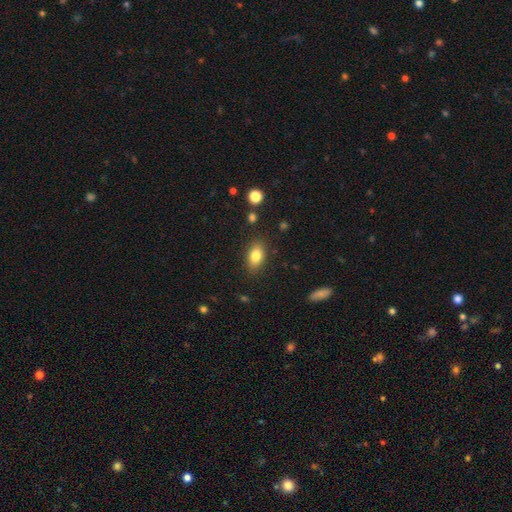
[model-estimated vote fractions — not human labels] Smooth or featured?
  - smooth: 82% *
  - featured or disk: 10%
  - star or artifact: 9%
How rounded?
  - in between: 86% *
  - round: 10%
  - cigar-shaped: 3%
Merging?
  - none: 85% *
  - minor disturbance: 11%
  - major disturbance: 3%
  - merger: 2%